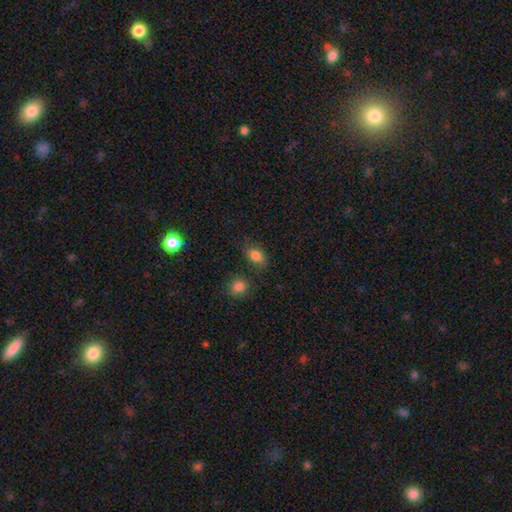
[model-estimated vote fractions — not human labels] The model was most divided on "merging": none: 71%, minor disturbance: 17%, merger: 8%, major disturbance: 5%. More confident: smooth or featured — smooth (81%); how rounded — in between (77%).